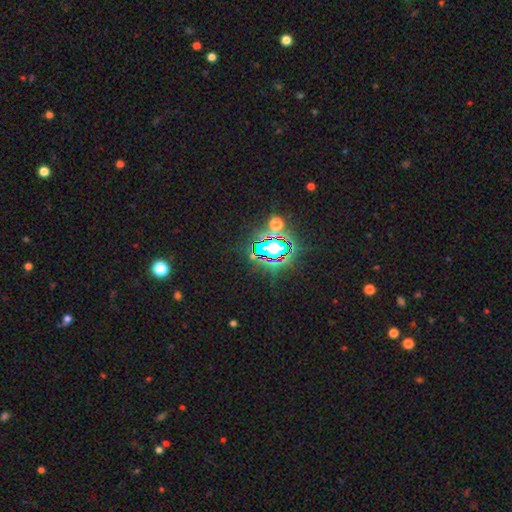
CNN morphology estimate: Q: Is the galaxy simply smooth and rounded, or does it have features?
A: star or artifact — 76%.